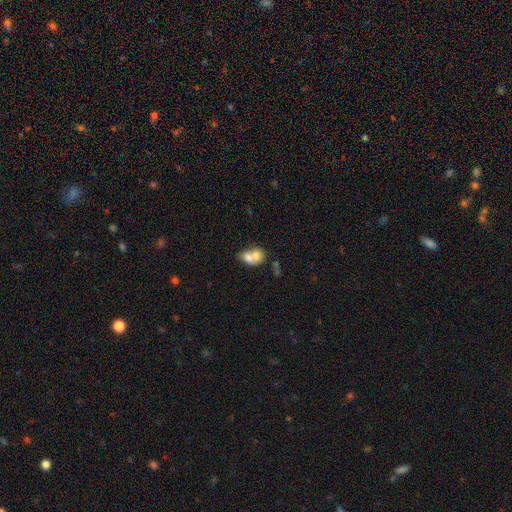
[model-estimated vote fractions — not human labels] Smooth or featured? Predicted: smooth (p=0.68). How rounded? Predicted: in between (p=0.55). Merging? Predicted: merger (p=0.73).